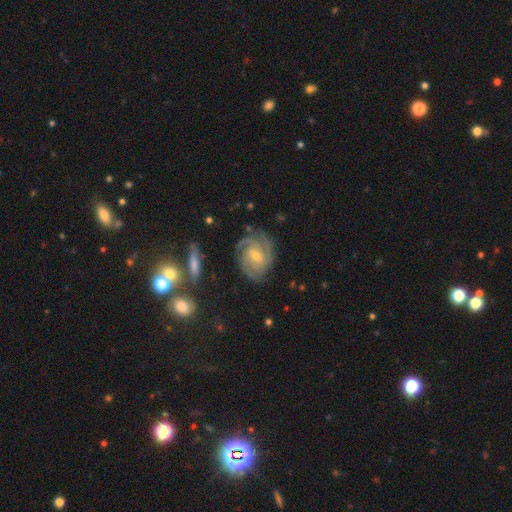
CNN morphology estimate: featured or disk 84%, smooth 9%, star or artifact 6%. Down the decision tree: edge-on disk — no (97%); bar — no (45%); spiral arms — yes (96%); spiral arm count — 3 (33%); spiral winding — tight (62%); bulge size — small (59%); merging — none (73%).